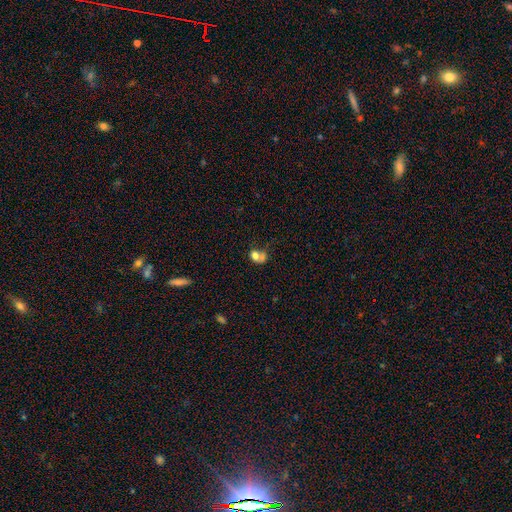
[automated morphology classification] Overall: smooth (70%). How rounded: in between (51%; round 48%). Merging: merger (47%; none 25%).